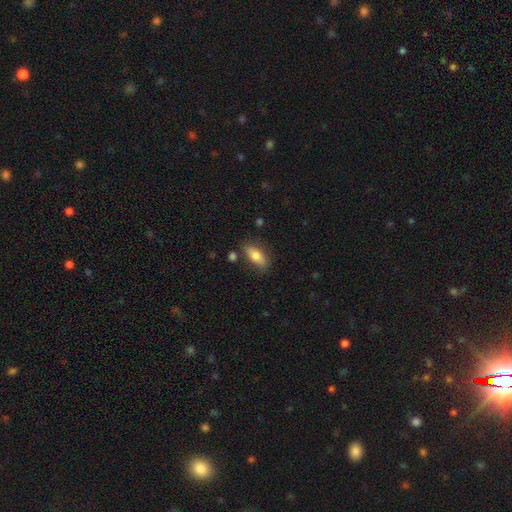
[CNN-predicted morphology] Smooth or featured? Predicted: smooth (p=0.76). How rounded? Predicted: in between (p=0.79). Merging? Predicted: none (p=0.77).